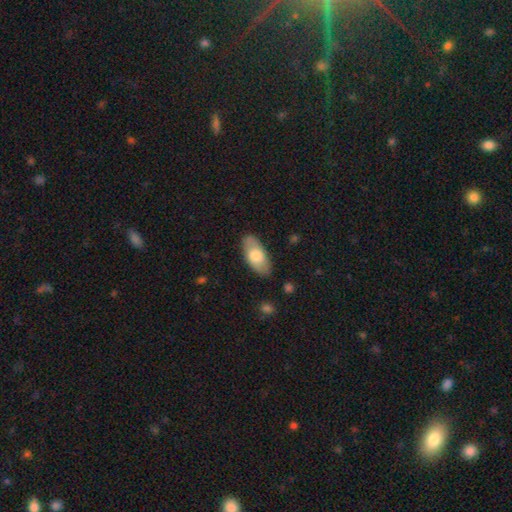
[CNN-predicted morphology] smooth-or-featured: smooth: 69% | featured or disk: 26% | star or artifact: 6%
  how-rounded: in between: 89% | cigar-shaped: 8% | round: 2%
  merging: none: 83% | minor disturbance: 13% | major disturbance: 3% | merger: 1%